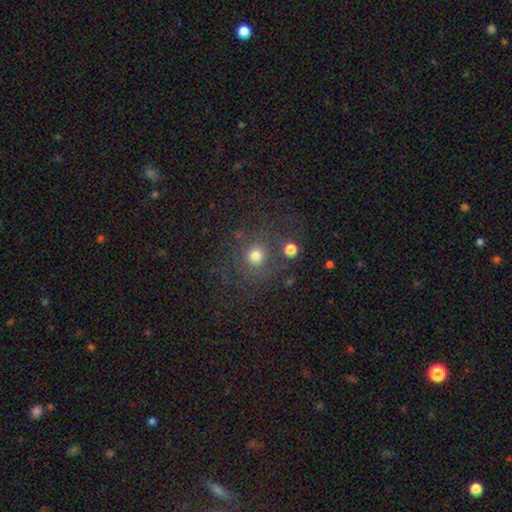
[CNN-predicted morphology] Q: Smooth or featured?
A: smooth (68%); runner-up: star or artifact (18%)
Q: How rounded?
A: round (89%); runner-up: in between (10%)
Q: Merging?
A: none (74%); runner-up: minor disturbance (11%)